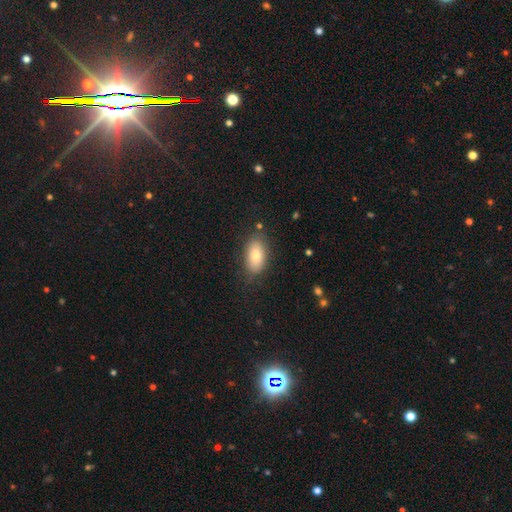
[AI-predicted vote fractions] Overall: smooth (80%). How rounded: in between (92%). Merging: none (79%).